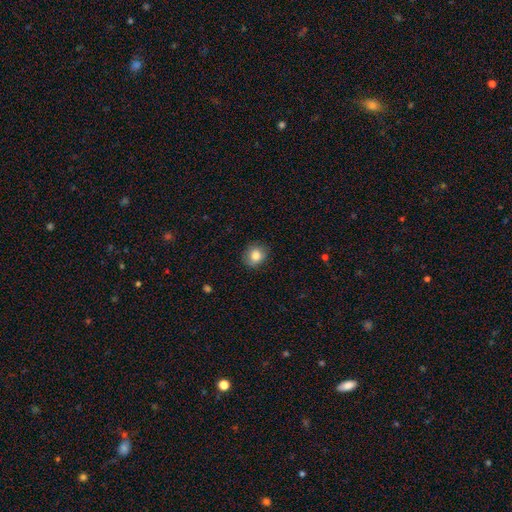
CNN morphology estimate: Smooth or featured?
  - smooth: 84% *
  - star or artifact: 9%
  - featured or disk: 7%
How rounded?
  - round: 74% *
  - in between: 25%
  - cigar-shaped: 1%
Merging?
  - none: 83% *
  - minor disturbance: 13%
  - major disturbance: 3%
  - merger: 1%